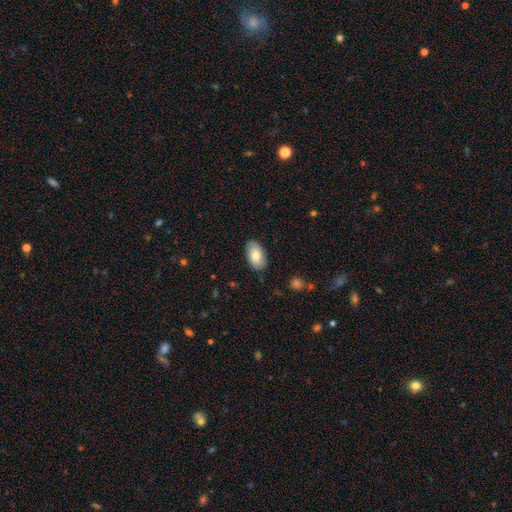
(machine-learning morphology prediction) Smooth or featured? smooth (76%)
How rounded? in between (94%)
Merging? none (82%)